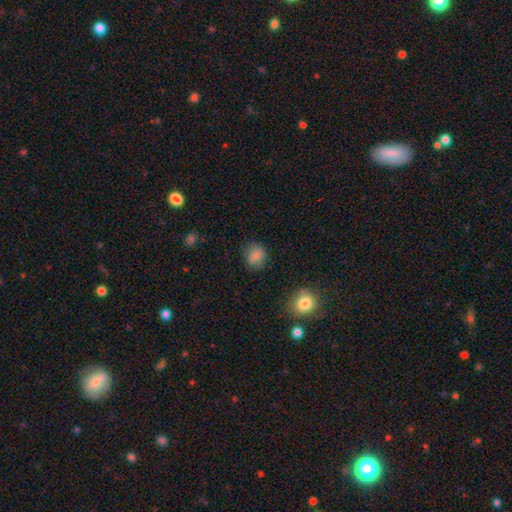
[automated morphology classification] This appears to be a smooth galaxy with no disk features (82%) that is round (57%). Merging: none (78%).